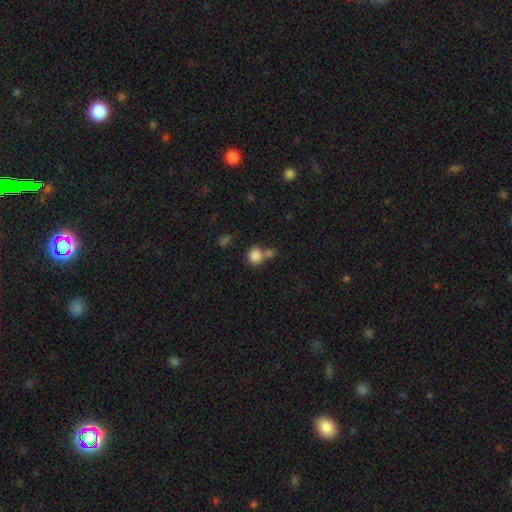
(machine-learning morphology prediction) smooth-or-featured: smooth: 84% | star or artifact: 10% | featured or disk: 6%
  how-rounded: round: 81% | in between: 18% | cigar-shaped: 1%
  merging: none: 46% | merger: 40% | minor disturbance: 9% | major disturbance: 5%